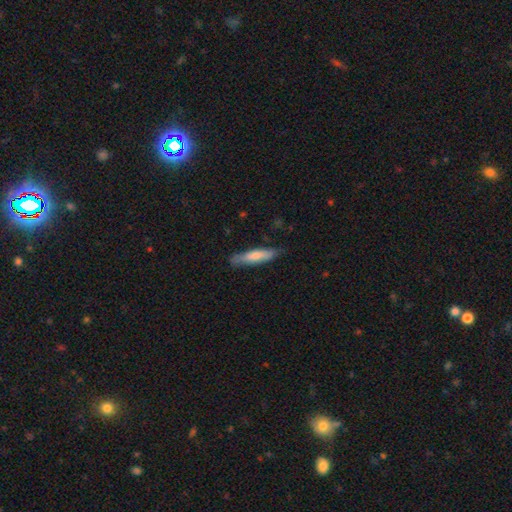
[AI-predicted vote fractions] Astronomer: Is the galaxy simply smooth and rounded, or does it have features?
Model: smooth — 72%.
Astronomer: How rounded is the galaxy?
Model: cigar-shaped — 79%.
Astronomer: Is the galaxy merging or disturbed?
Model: none — 77%.